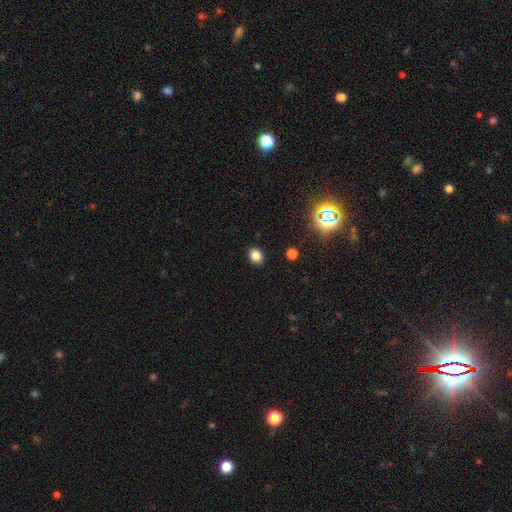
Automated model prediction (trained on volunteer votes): smooth 81%, star or artifact 14%, featured or disk 5%. Down the decision tree: how rounded — round (54%); merging — none (91%).